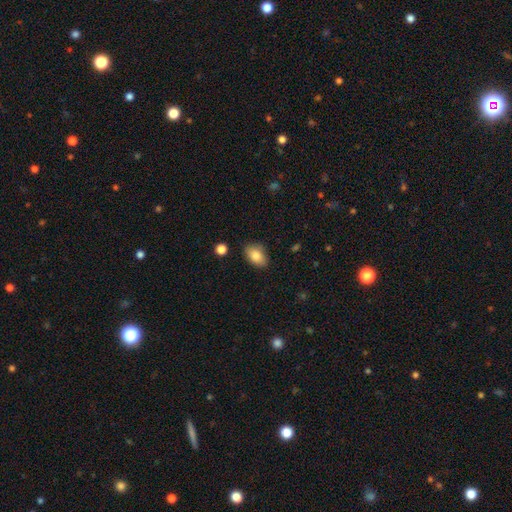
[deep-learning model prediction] A smooth galaxy with no disk features (84%) that is in between round and cigar-shaped (87%). Merging: none (83%).